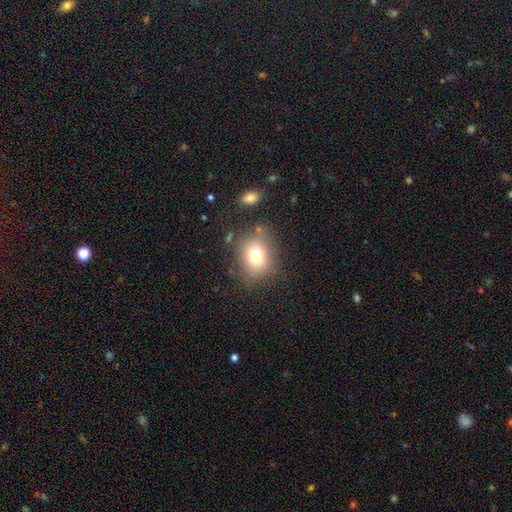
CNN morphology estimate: Smooth or featured: smooth — 74% (star or artifact — 13%)
How rounded: round — 56% (in between — 43%)
Merging: none — 74% (minor disturbance — 14%)